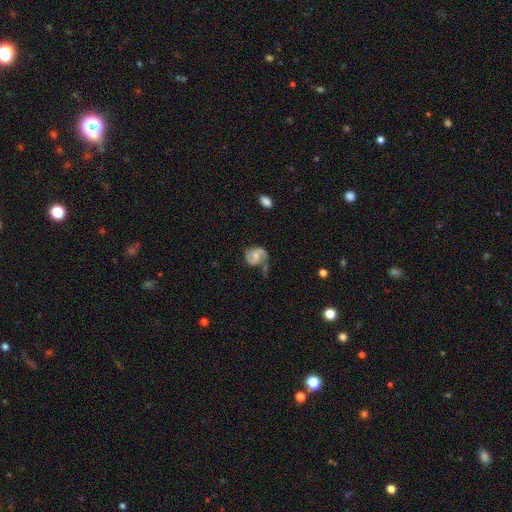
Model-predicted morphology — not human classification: A featured or disk galaxy (71%) with a weak bar (44%), 2 (75%) medium (47%) spiral arms (91%) and a moderate central bulge (46%). Merging: none (51%).